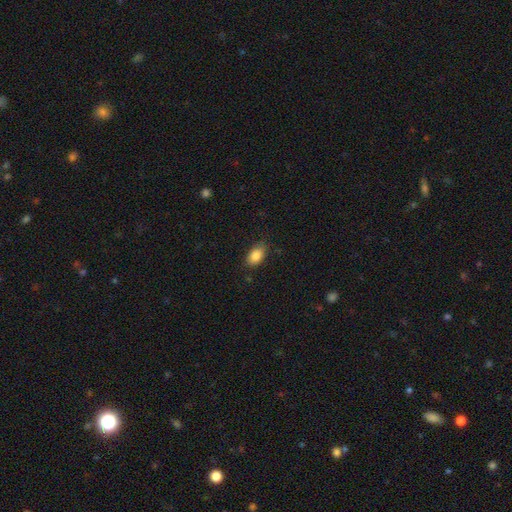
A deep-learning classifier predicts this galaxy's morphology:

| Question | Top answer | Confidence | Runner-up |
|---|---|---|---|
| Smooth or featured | smooth | 86% | star or artifact (8%) |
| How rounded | in between | 88% | round (10%) |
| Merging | none | 79% | minor disturbance (17%) |